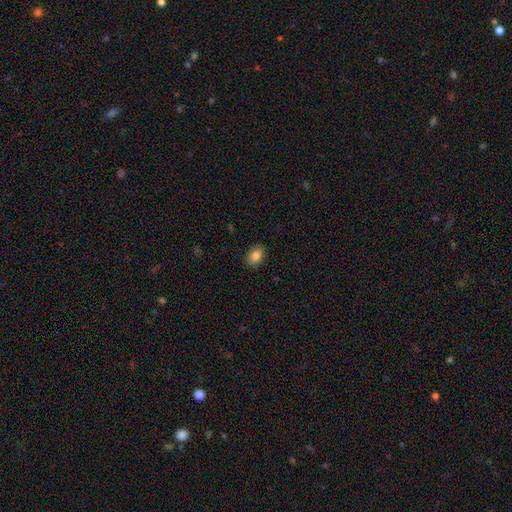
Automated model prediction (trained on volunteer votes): smooth_or_featured: smooth (p=0.86) [alt: star or artifact p=0.08]
how_rounded: in between (p=0.85) [alt: round p=0.13]
merging: none (p=0.88) [alt: minor disturbance p=0.09]